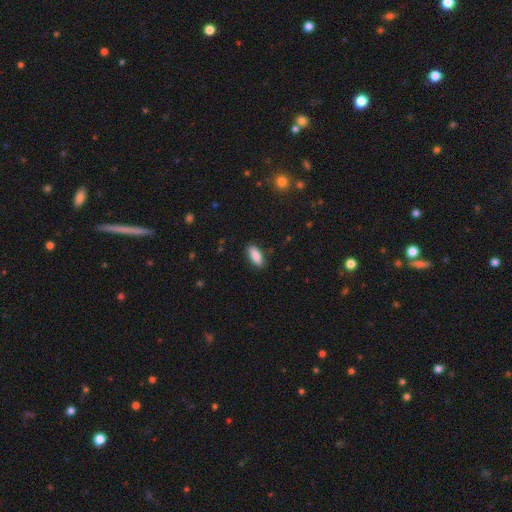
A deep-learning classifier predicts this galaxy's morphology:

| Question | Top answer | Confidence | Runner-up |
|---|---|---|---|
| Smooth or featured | smooth | 84% | featured or disk (9%) |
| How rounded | in between | 80% | cigar-shaped (18%) |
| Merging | none | 85% | minor disturbance (11%) |